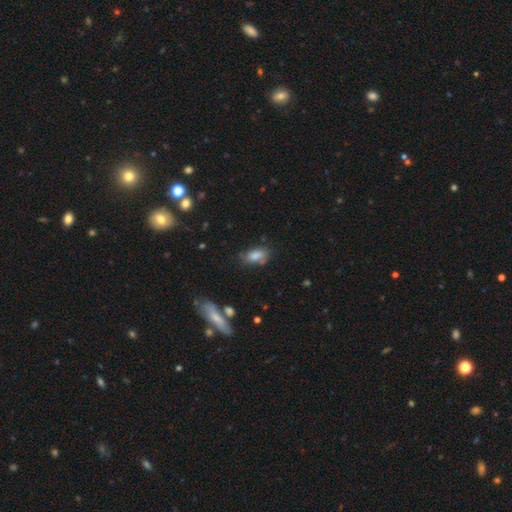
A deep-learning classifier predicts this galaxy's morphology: Q: Smooth or featured?
A: smooth (77%); runner-up: featured or disk (14%)
Q: How rounded?
A: in between (89%); runner-up: round (6%)
Q: Merging?
A: none (61%); runner-up: minor disturbance (26%)